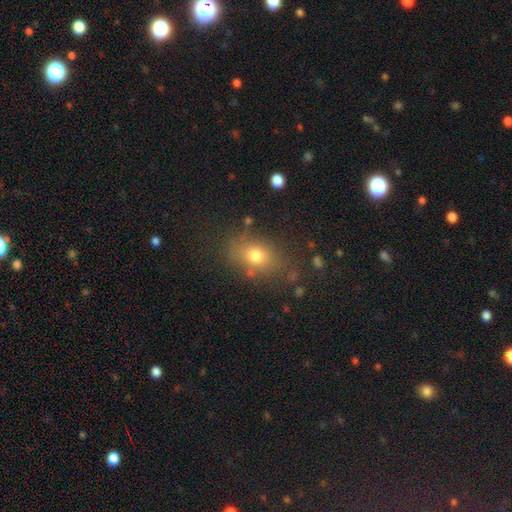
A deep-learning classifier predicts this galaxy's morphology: Q: Smooth or featured?
A: smooth (74%); runner-up: star or artifact (13%)
Q: How rounded?
A: in between (66%); runner-up: round (32%)
Q: Merging?
A: none (76%); runner-up: minor disturbance (15%)